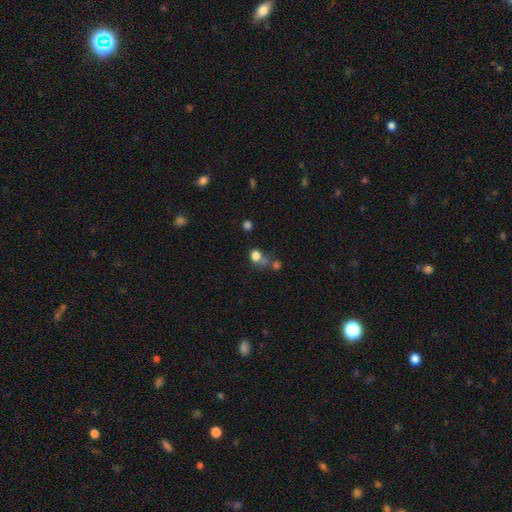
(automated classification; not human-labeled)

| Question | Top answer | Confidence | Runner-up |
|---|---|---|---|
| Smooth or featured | smooth | 77% | star or artifact (14%) |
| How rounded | round | 67% | in between (32%) |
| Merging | none | 43% | merger (29%) |